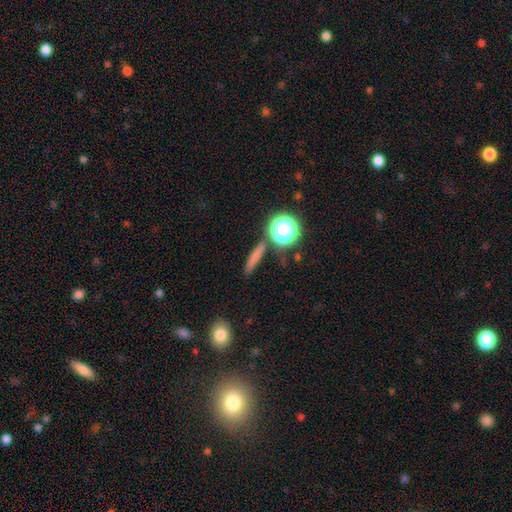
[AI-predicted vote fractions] Overall: smooth (68%). How rounded: cigar-shaped (67%). Merging: none (81%).